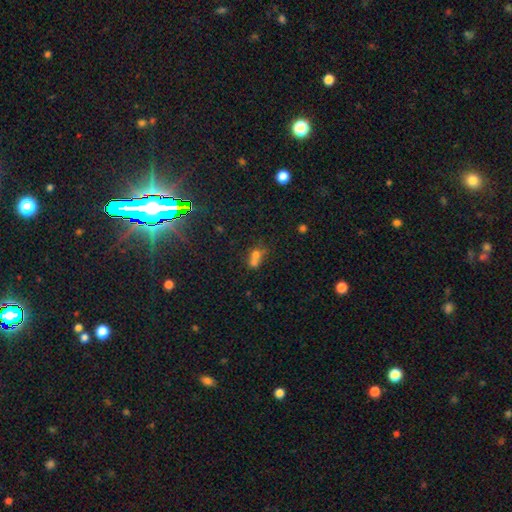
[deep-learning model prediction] Morphology: type=smooth (62%); roundness=round (66%); merging=merger (64%).